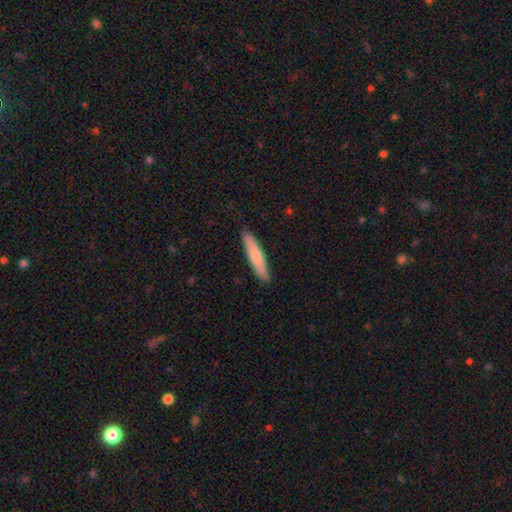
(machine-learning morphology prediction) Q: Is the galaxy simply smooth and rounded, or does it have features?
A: smooth — 77%.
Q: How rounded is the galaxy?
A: cigar-shaped — 88%.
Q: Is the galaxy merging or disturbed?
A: none — 89%.